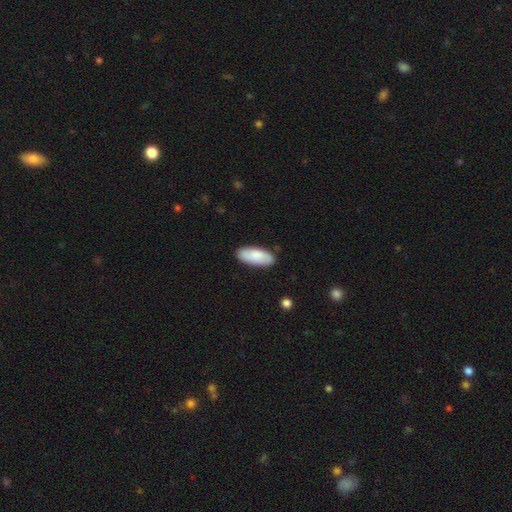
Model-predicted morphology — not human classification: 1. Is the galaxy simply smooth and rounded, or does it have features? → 82% smooth, 13% featured or disk, 5% star or artifact.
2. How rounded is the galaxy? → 85% in between, 13% cigar-shaped, 2% round.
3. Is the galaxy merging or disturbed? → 86% none, 11% minor disturbance, 2% major disturbance, 1% merger.